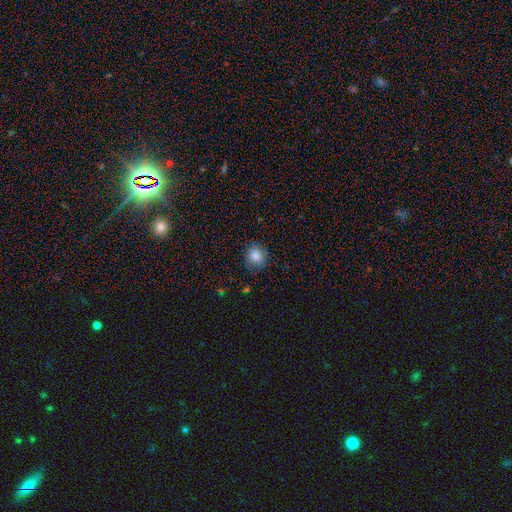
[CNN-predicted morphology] A smooth galaxy with no disk features (85%) that is round (87%). Merging: none (82%).